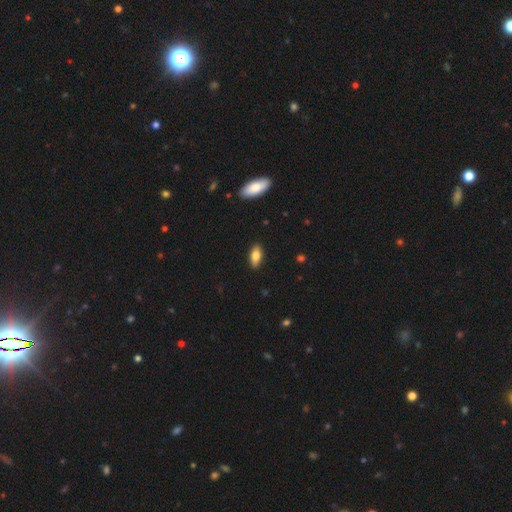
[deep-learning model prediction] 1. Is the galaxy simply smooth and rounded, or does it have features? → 75% smooth, 18% featured or disk, 7% star or artifact.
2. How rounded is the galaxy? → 83% in between, 14% cigar-shaped, 3% round.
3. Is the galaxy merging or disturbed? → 88% none, 9% minor disturbance, 2% major disturbance, 1% merger.